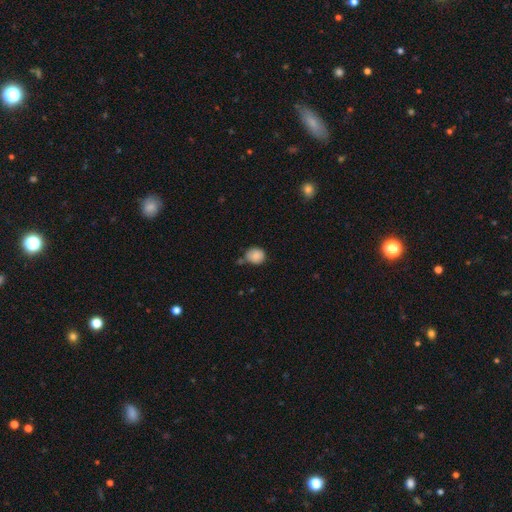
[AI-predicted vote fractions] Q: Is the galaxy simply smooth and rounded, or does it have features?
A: smooth — 87%.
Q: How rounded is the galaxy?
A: round — 79%.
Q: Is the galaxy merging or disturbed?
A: none — 60%.